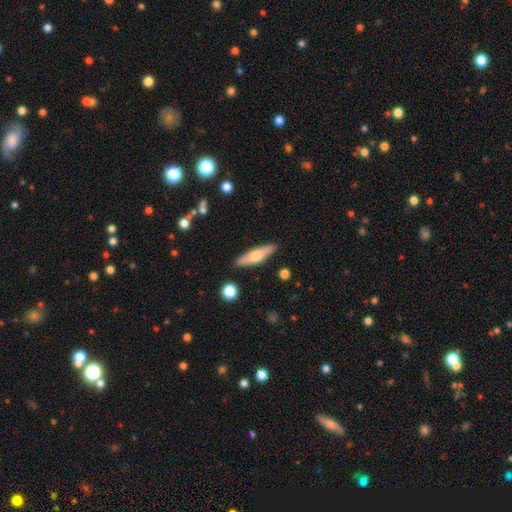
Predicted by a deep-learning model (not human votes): A smooth galaxy with no disk features (51%) that is cigar-shaped (67%). Merging: none (86%).